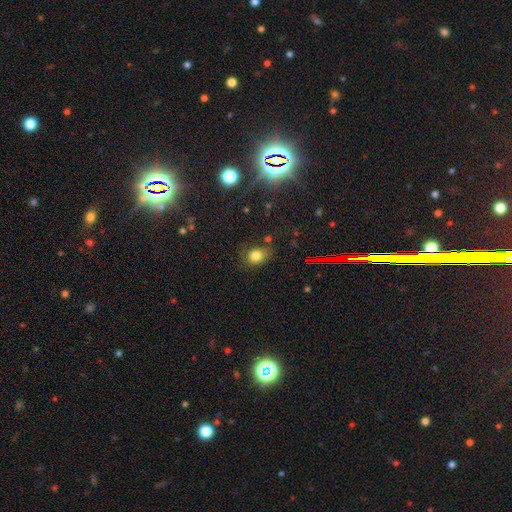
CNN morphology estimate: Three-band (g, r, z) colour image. It shows a smooth galaxy with no disk features (78%) that is in between round and cigar-shaped (52%). Merging: none (69%).